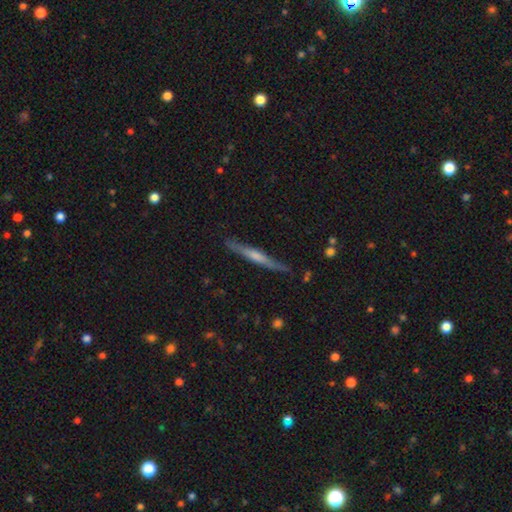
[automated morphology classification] A featured or disk galaxy (59%) viewed edge-on (96%) with a rounded central bulge (46%). Merging: none (85%).